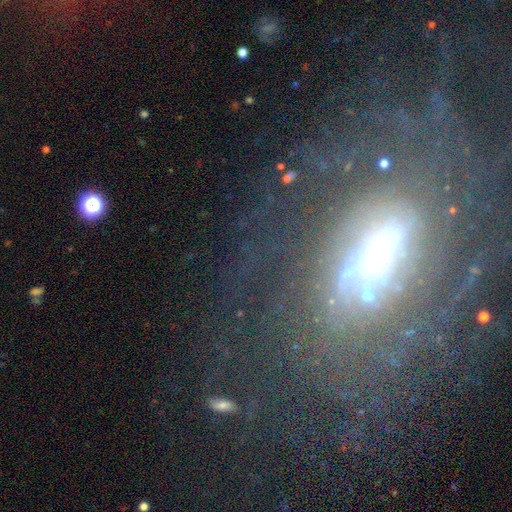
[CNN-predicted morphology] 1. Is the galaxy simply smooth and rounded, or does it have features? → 74% featured or disk, 14% star or artifact, 12% smooth.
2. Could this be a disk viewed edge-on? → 88% no, 12% yes.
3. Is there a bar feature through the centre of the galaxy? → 42% no, 32% weak, 26% strong.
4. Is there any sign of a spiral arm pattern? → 77% yes, 23% no.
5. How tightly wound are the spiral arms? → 55% tight, 28% medium, 16% loose.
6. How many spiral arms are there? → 50% can't tell, 15% 2, 10% more than 4, 9% 3, 9% 4, 7% 1.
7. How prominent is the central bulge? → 43% small, 37% moderate, 12% large, 4% none, 3% dominant.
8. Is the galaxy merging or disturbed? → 61% none, 19% major disturbance, 16% minor disturbance, 4% merger.